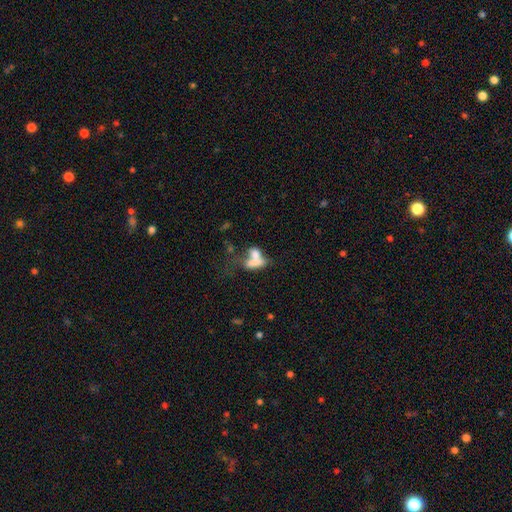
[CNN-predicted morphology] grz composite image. It shows a smooth galaxy with no disk features (65%) that is in between round and cigar-shaped (75%). Merging: merger (62%).